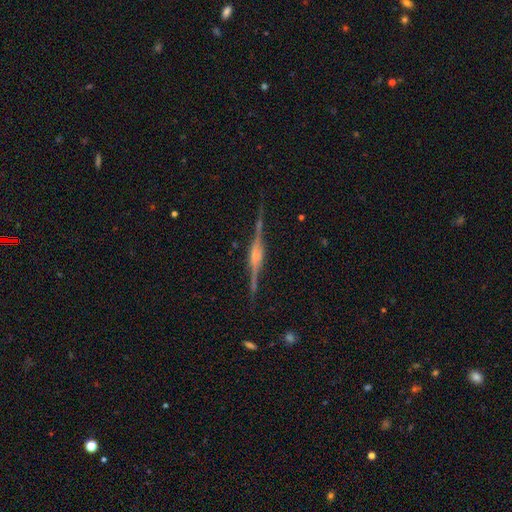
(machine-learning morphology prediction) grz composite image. It shows a featured or disk galaxy (88%) viewed edge-on (98%) with a rounded central bulge (72%). Merging: none (87%).